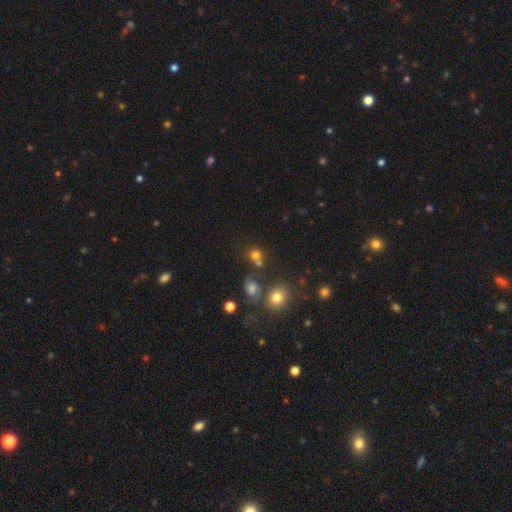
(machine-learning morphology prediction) This appears to be a smooth galaxy with no disk features (72%) that is round (80%). Merging: none (55%).